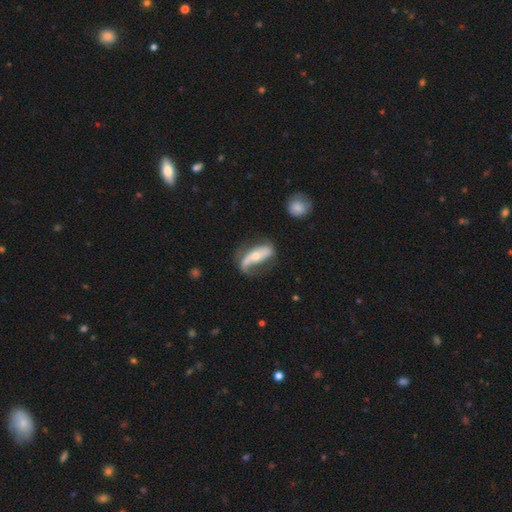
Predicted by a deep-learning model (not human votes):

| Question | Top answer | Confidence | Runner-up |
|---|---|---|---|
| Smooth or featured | featured or disk | 66% | smooth (28%) |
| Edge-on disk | no | 82% | yes (18%) |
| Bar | no | 45% | strong (34%) |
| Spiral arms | yes | 79% | no (21%) |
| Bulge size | moderate | 51% | small (43%) |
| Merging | none | 45% | minor disturbance (27%) |